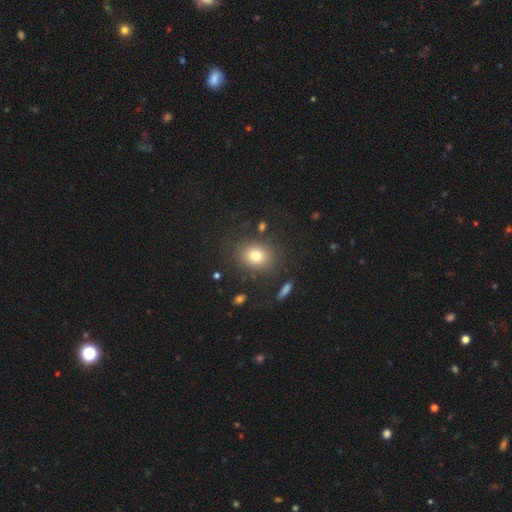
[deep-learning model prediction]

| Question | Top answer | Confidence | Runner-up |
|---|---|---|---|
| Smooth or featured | smooth | 76% | star or artifact (13%) |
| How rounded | round | 61% | in between (38%) |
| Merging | none | 83% | minor disturbance (10%) |